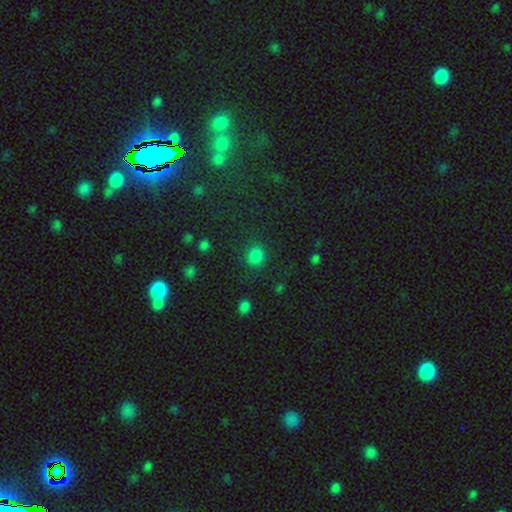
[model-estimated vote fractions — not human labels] A smooth galaxy with no disk features (77%) that is round (77%). Merging: none (81%).